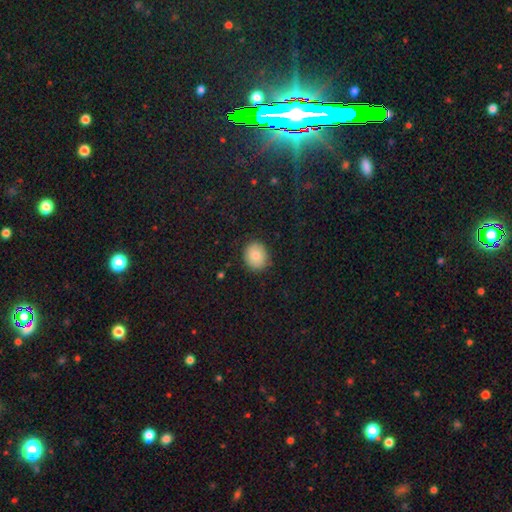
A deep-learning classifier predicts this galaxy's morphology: A smooth galaxy with no disk features (84%) that is round (68%).

Vote fractions:
- Smooth or featured? smooth: 84% / star or artifact: 9% / featured or disk: 7%
- How rounded? round: 68% / in between: 31% / cigar-shaped: 1%
- Merging? none: 87% / minor disturbance: 9% / major disturbance: 2% / merger: 1%